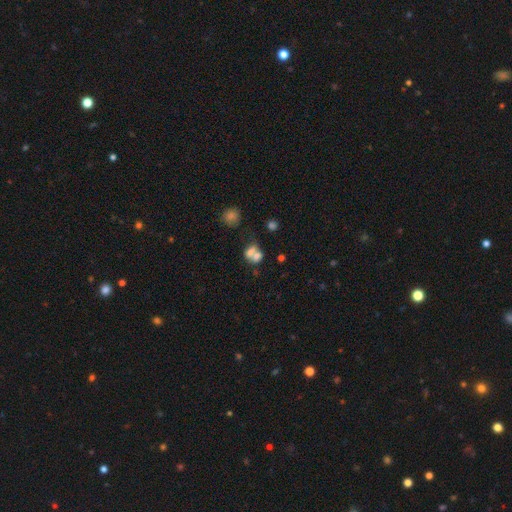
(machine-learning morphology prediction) Smooth or featured? Predicted: smooth (p=0.66). How rounded? Predicted: in between (p=0.53). Merging? Predicted: merger (p=0.63).